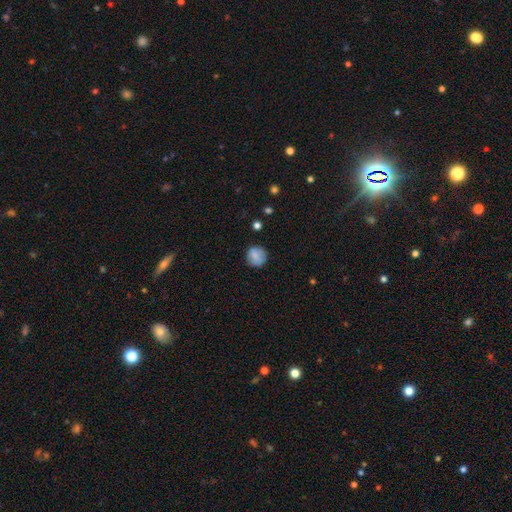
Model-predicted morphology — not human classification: Smooth or featured? smooth (82%)
How rounded? round (89%)
Merging? none (82%)